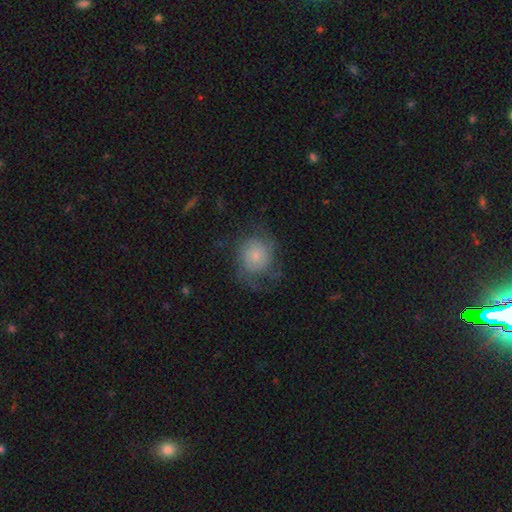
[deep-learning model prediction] smooth-or-featured: featured or disk: 56% | smooth: 36% | star or artifact: 8%
  disk-edge-on: no: 98% | yes: 2%
    bar: no: 82% | weak: 16% | strong: 3%
    has-spiral-arms: yes: 82% | no: 18%
    bulge-size: small: 71% | moderate: 20% | none: 3% | large: 3% | dominant: 2%
  merging: none: 56% | major disturbance: 22% | minor disturbance: 21% | merger: 1%